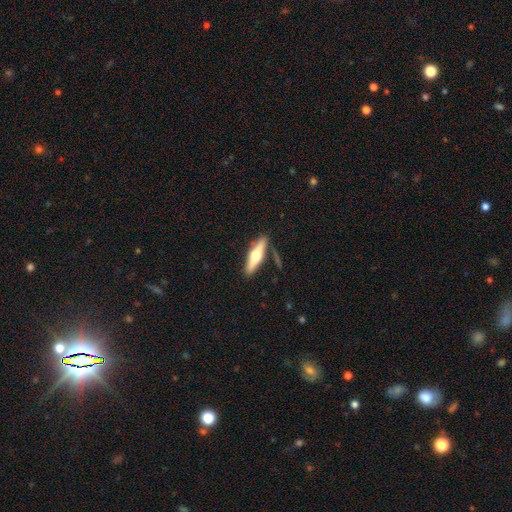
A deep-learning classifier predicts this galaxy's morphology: A featured or disk galaxy (56%) viewed edge-on (94%) with a rounded central bulge (94%).

Vote fractions:
- Smooth or featured? featured or disk: 56% / smooth: 39% / star or artifact: 5%
- Edge-on disk? yes: 94% / no: 6%
- Edge-on bulge? rounded: 94% / boxy: 3% / none: 3%
- Merging? none: 81% / minor disturbance: 12% / merger: 4% / major disturbance: 3%